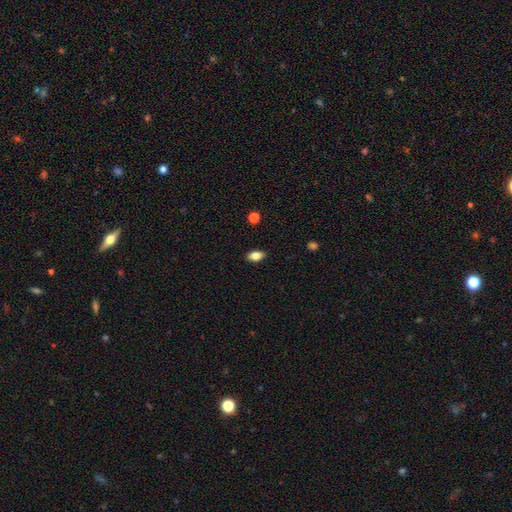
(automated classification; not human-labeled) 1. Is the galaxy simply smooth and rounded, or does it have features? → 81% smooth, 10% featured or disk, 8% star or artifact.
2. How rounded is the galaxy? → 88% in between, 6% round, 5% cigar-shaped.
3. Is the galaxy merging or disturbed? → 88% none, 9% minor disturbance, 2% major disturbance, 1% merger.